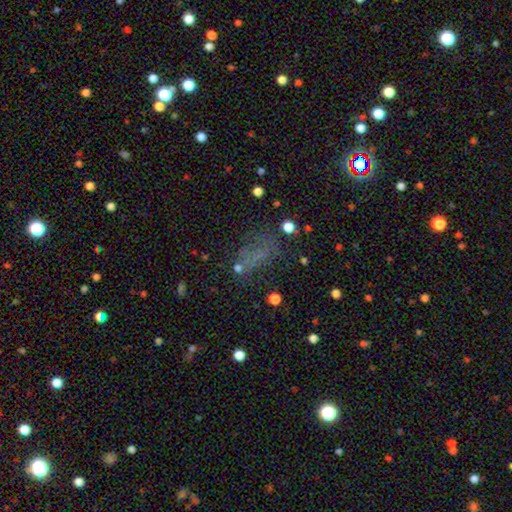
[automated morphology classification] A smooth galaxy with no disk features (43%).

Vote fractions:
- Smooth or featured? smooth: 43% / star or artifact: 39% / featured or disk: 19%
- Merging? none: 54% / major disturbance: 19% / minor disturbance: 19% / merger: 8%